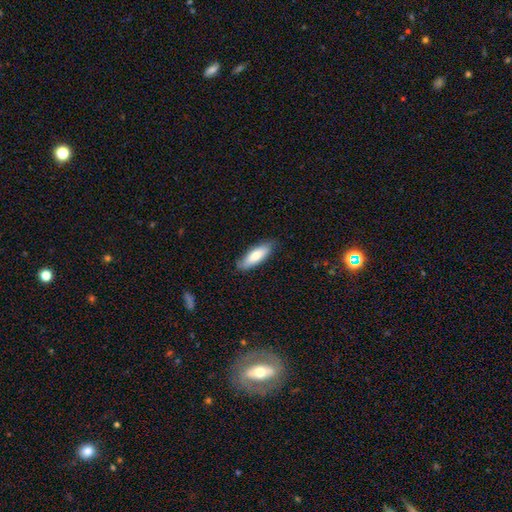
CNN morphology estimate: smooth_or_featured: smooth (p=0.77) [alt: featured or disk p=0.17]
how_rounded: in between (p=0.57) [alt: cigar-shaped p=0.41]
merging: none (p=0.82) [alt: minor disturbance p=0.15]